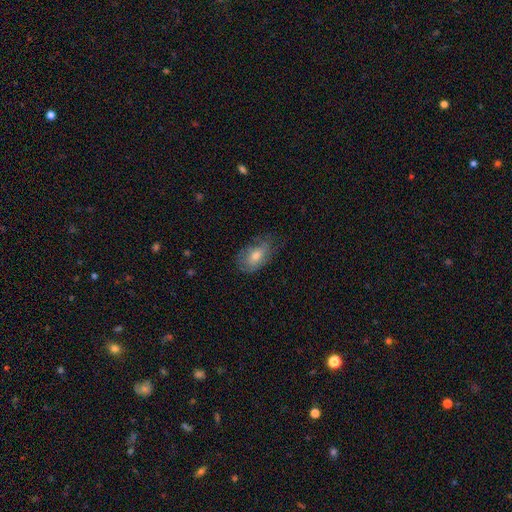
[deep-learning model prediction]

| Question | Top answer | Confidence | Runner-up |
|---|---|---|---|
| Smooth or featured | smooth | 53% | featured or disk (38%) |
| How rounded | in between | 89% | round (8%) |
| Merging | none | 60% | minor disturbance (28%) |